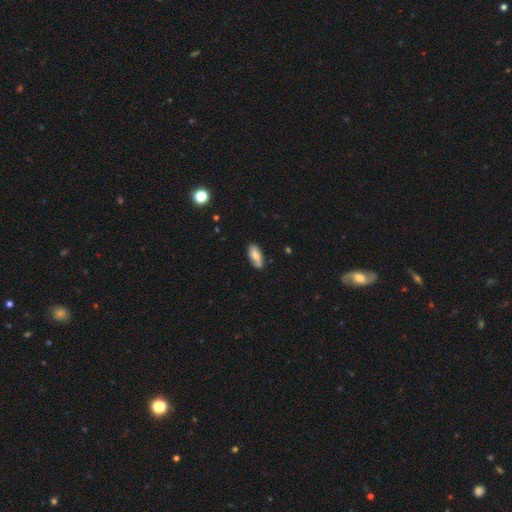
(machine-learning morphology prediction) Smooth or featured: smooth — 69% (featured or disk — 25%)
How rounded: in between — 86% (cigar-shaped — 12%)
Merging: none — 84% (minor disturbance — 13%)